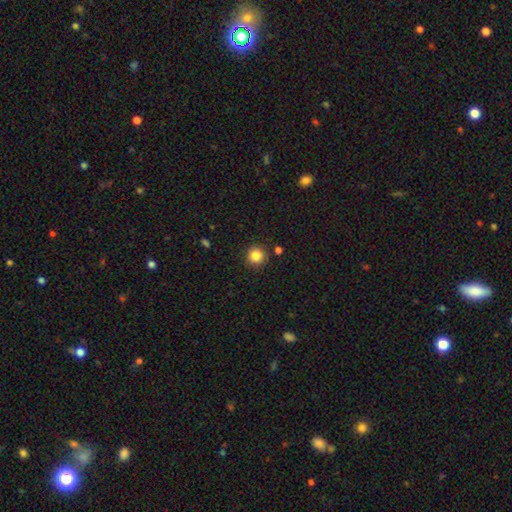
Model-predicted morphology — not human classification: smooth-or-featured: smooth: 85% | star or artifact: 11% | featured or disk: 5%
  how-rounded: round: 94% | in between: 5% | cigar-shaped: 1%
  merging: none: 88% | minor disturbance: 7% | merger: 3% | major disturbance: 2%